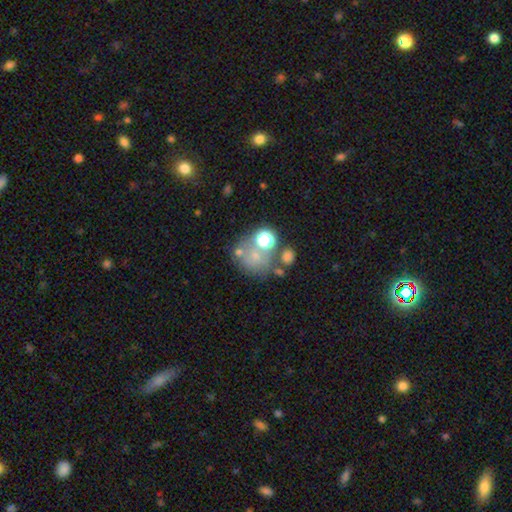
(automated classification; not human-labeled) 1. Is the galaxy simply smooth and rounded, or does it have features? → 55% smooth, 23% featured or disk, 22% star or artifact.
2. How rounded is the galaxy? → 76% round, 23% in between, 1% cigar-shaped.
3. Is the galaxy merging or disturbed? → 46% none, 26% merger, 15% minor disturbance, 13% major disturbance.